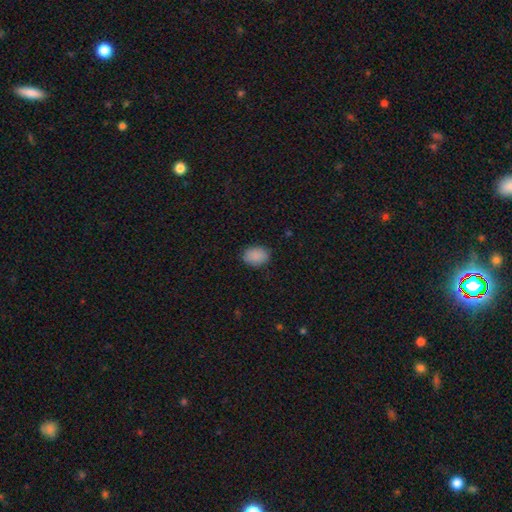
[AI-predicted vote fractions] Smooth or featured? Predicted: smooth (p=0.89). How rounded? Predicted: in between (p=0.74). Merging? Predicted: none (p=0.85).